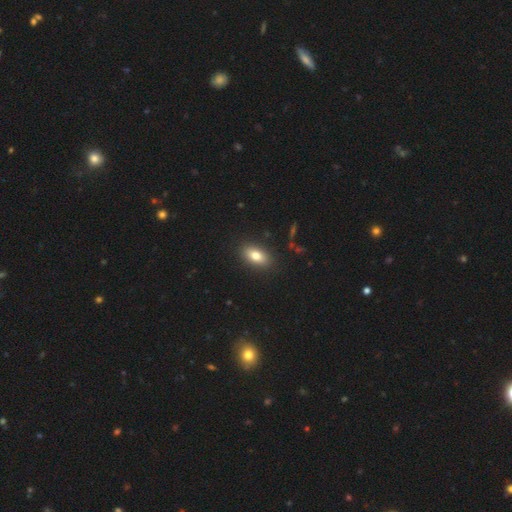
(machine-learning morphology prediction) type=smooth (79%); roundness=in between (88%); merging=none (88%).